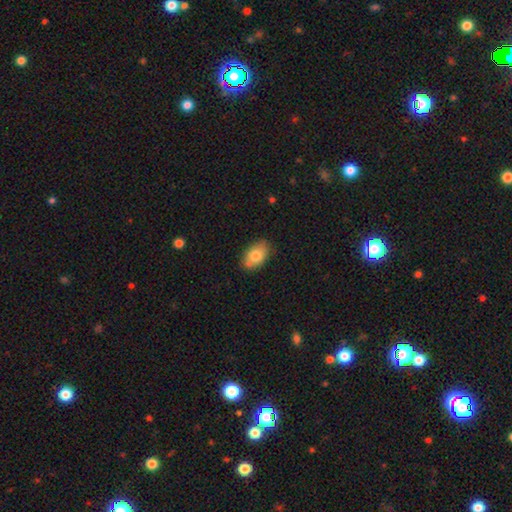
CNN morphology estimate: Smooth or featured? smooth (78%)
How rounded? in between (91%)
Merging? none (81%)